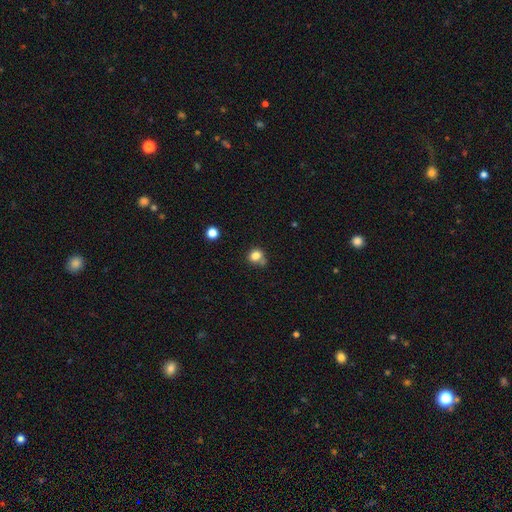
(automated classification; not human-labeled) Q: Smooth or featured?
A: smooth (81%); runner-up: star or artifact (12%)
Q: How rounded?
A: round (79%); runner-up: in between (20%)
Q: Merging?
A: none (58%); runner-up: minor disturbance (19%)